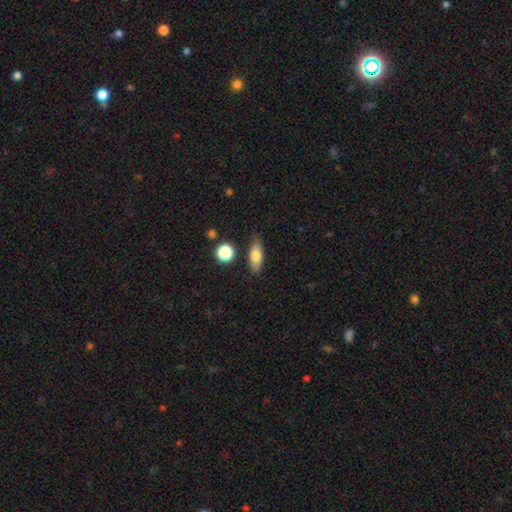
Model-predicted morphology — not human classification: Smooth or featured? Predicted: smooth (p=0.78). How rounded? Predicted: in between (p=0.68). Merging? Predicted: none (p=0.80).